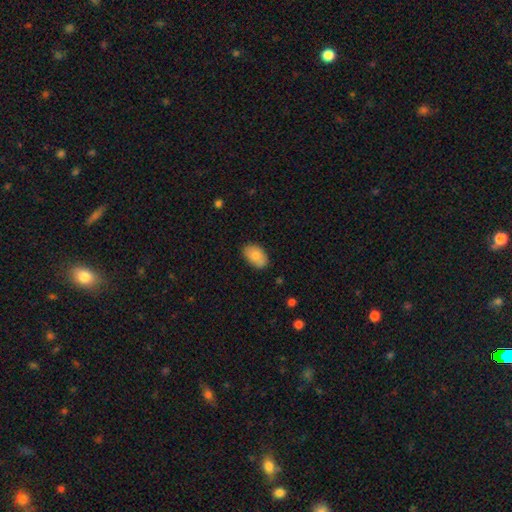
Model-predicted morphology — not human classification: A smooth galaxy with no disk features (79%) that is in between round and cigar-shaped (90%). Merging: none (80%).